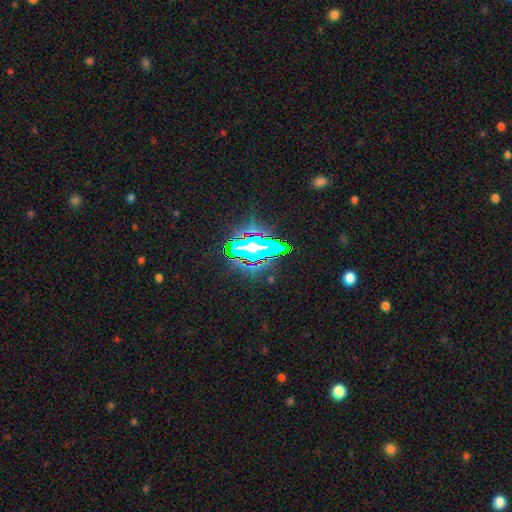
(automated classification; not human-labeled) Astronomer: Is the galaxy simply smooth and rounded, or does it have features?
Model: star or artifact — 66%.